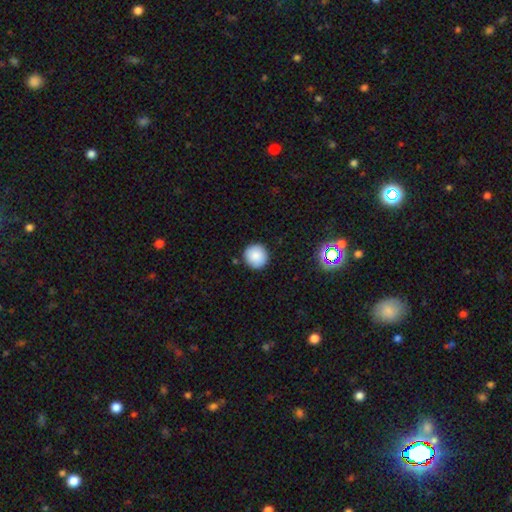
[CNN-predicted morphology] The model was most divided on "smooth or featured": smooth: 86%, star or artifact: 9%, featured or disk: 5%. More confident: how rounded — round (95%); merging — none (90%).